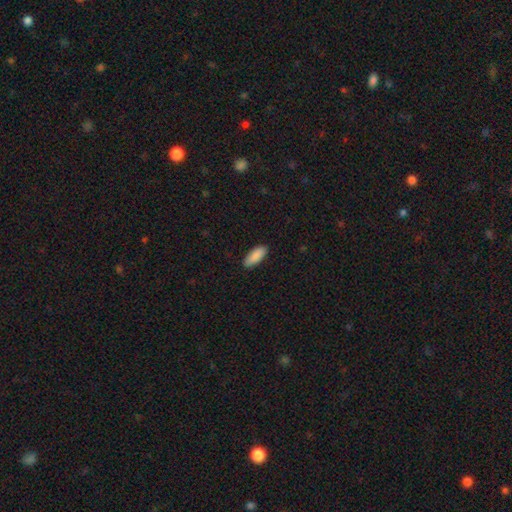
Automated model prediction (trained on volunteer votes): A smooth galaxy with no disk features (90%) that is in between round and cigar-shaped (76%). Merging: none (89%).